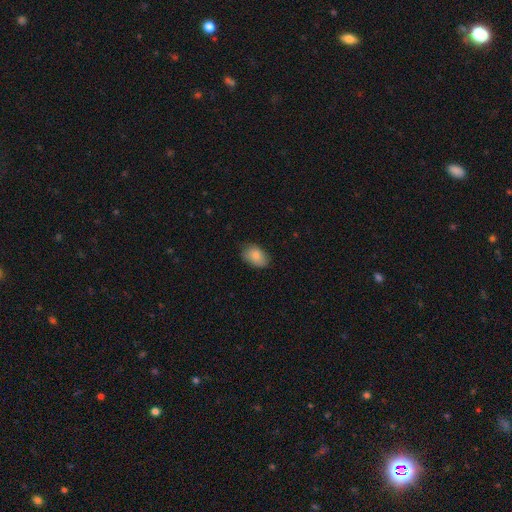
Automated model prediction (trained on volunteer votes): Smooth or featured? smooth (85%)
How rounded? in between (88%)
Merging? none (80%)